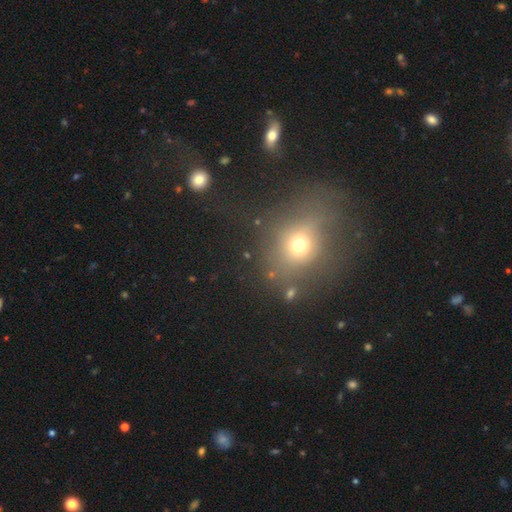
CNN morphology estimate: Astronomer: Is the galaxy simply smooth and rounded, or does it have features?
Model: smooth — 58%.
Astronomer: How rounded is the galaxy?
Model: round — 65%.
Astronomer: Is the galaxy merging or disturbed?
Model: none — 59%.